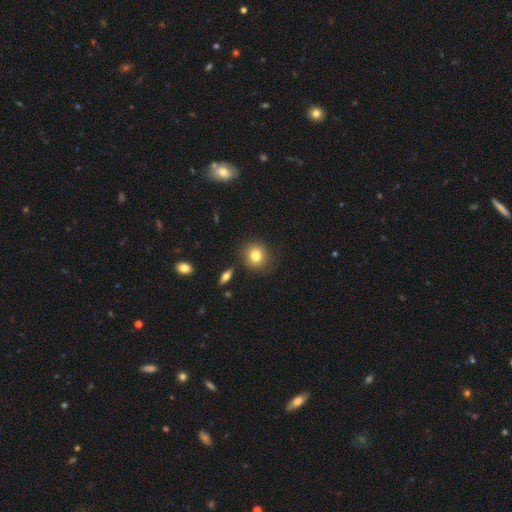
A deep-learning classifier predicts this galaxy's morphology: smooth 80%, star or artifact 10%, featured or disk 10%. Down the decision tree: how rounded — round (85%); merging — none (86%).